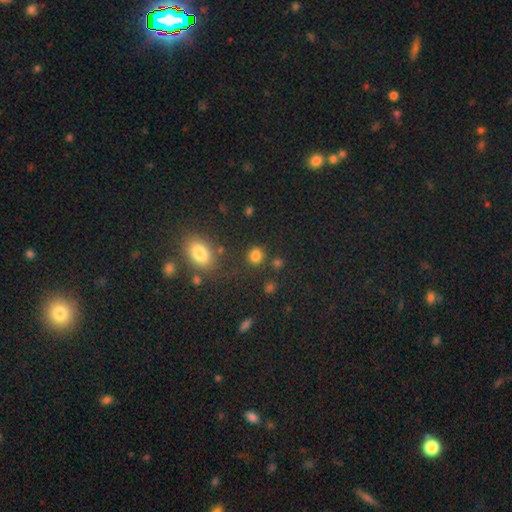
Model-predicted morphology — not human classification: smooth-or-featured: smooth: 81% | star or artifact: 15% | featured or disk: 5%
  how-rounded: round: 76% | in between: 23% | cigar-shaped: 1%
  merging: none: 78% | minor disturbance: 10% | merger: 7% | major disturbance: 4%